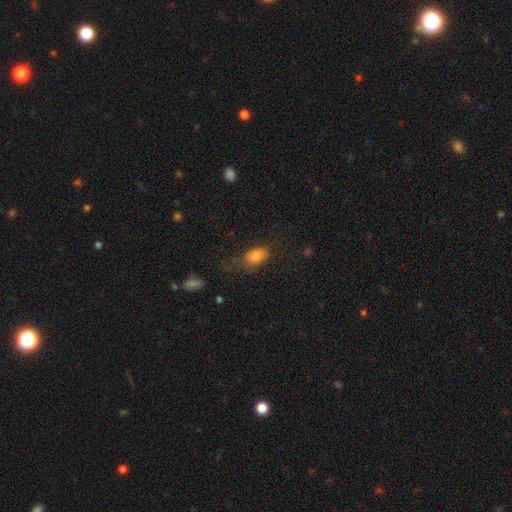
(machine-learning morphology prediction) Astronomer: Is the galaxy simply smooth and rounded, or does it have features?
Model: smooth — 81%.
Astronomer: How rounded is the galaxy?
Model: in between — 85%.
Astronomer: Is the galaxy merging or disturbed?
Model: none — 53%.